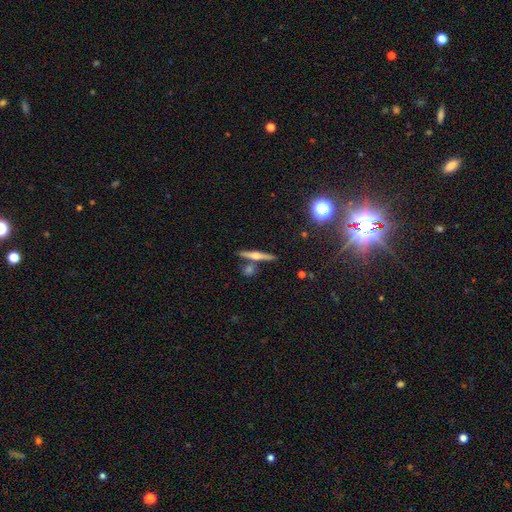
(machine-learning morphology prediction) featured or disk 60%, smooth 30%, star or artifact 10%. Down the decision tree: edge-on disk — yes (96%); edge-on bulge — rounded (85%); merging — none (78%).